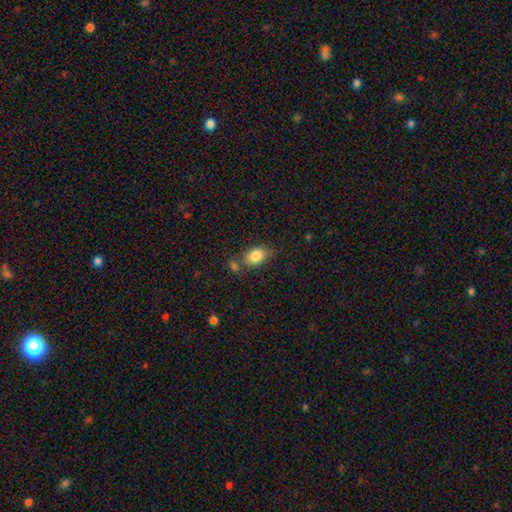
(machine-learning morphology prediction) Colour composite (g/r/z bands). It shows a smooth galaxy with no disk features (85%) that is in between round and cigar-shaped (77%). Merging: none (65%).